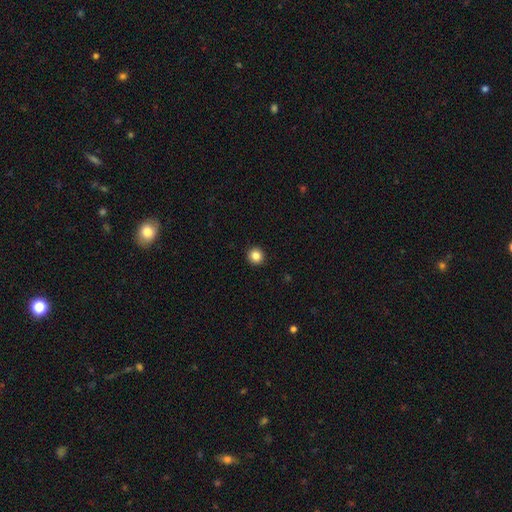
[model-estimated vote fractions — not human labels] A smooth galaxy with no disk features (85%) that is round (94%). Merging: none (93%).